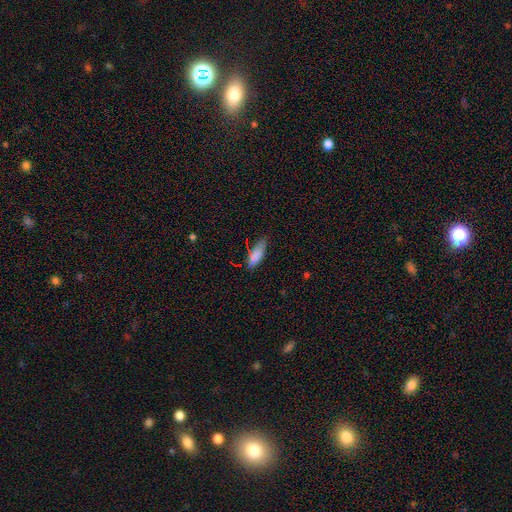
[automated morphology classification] This is clearly a smooth galaxy (81%). How rounded: likely in between (68%). Merging: likely none (73%).